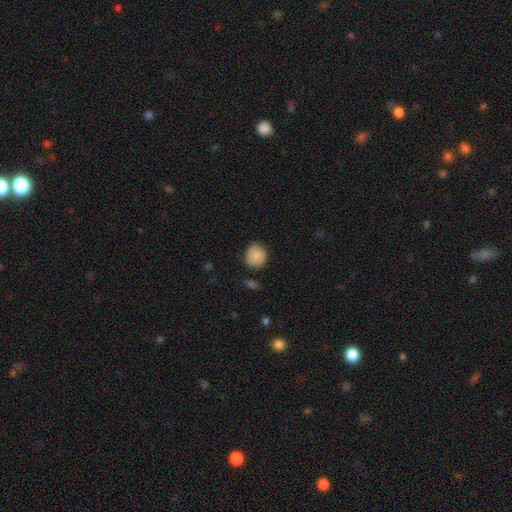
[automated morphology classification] type=smooth (87%); roundness=round (81%); merging=none (80%).